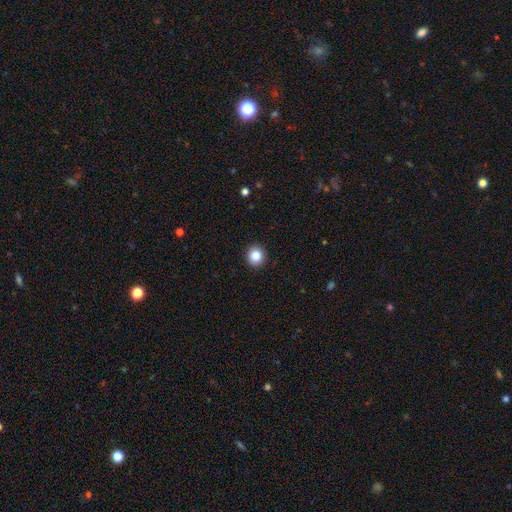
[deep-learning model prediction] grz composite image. It shows a smooth galaxy with no disk features (86%) that is round (88%). Merging: none (92%).